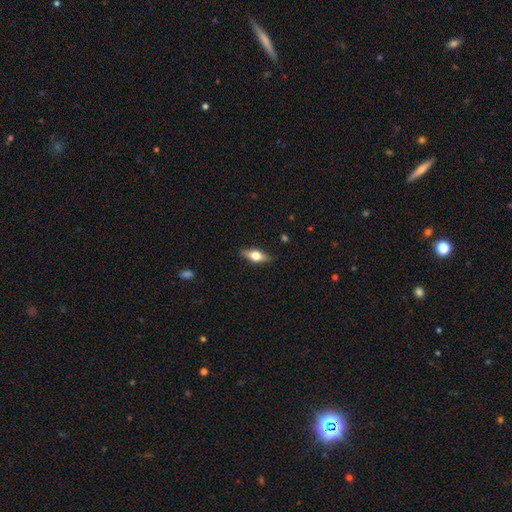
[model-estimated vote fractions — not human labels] This is possibly a featured or disk galaxy (49%). Merging: clearly none (85%).